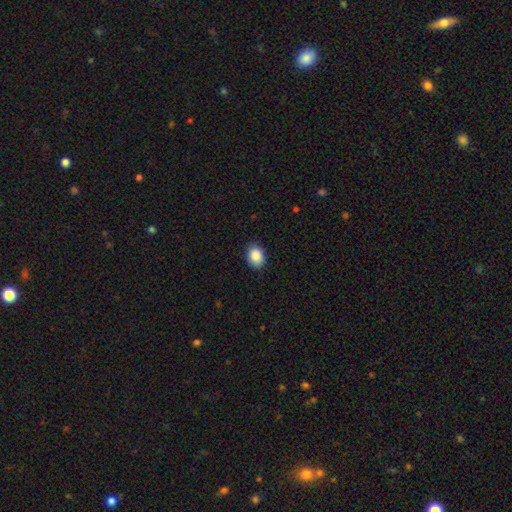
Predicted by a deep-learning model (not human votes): A smooth galaxy with no disk features (89%) that is in between round and cigar-shaped (67%).

Vote fractions:
- Smooth or featured? smooth: 89% / star or artifact: 7% / featured or disk: 3%
- How rounded? in between: 67% / round: 32% / cigar-shaped: 1%
- Merging? none: 87% / minor disturbance: 10% / major disturbance: 2% / merger: 1%